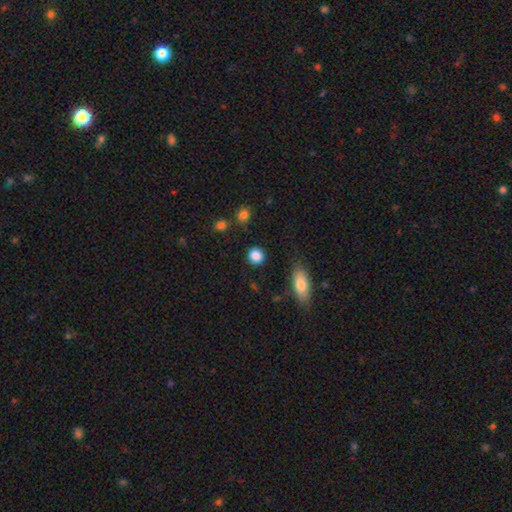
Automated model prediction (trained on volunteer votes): Smooth or featured? Predicted: smooth (p=0.87). How rounded? Predicted: round (p=0.86). Merging? Predicted: none (p=0.87).